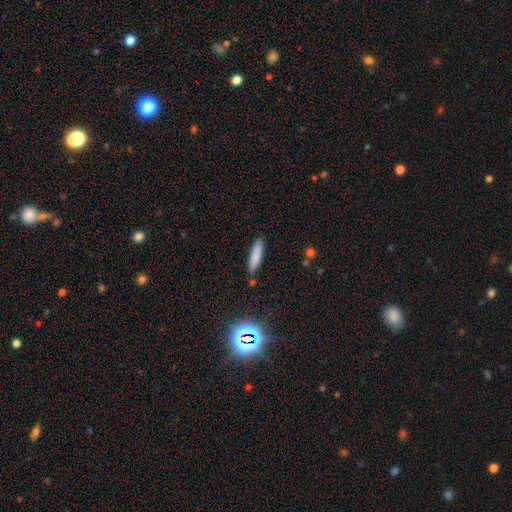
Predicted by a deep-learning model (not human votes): This is clearly a smooth galaxy (83%). How rounded: likely cigar-shaped (71%). Merging: clearly none (84%).